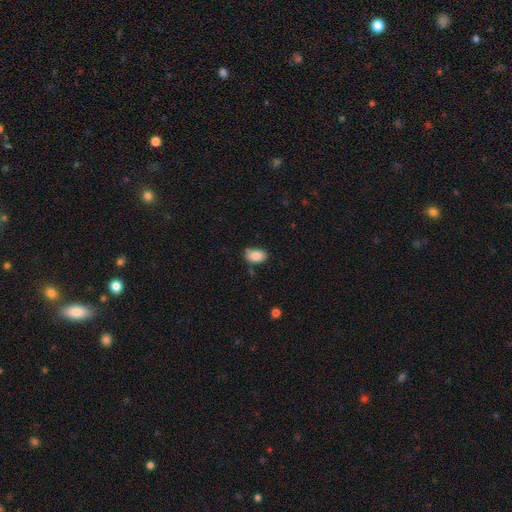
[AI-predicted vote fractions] This appears to be a smooth galaxy with no disk features (88%) that is in between round and cigar-shaped (90%). Merging: none (72%).